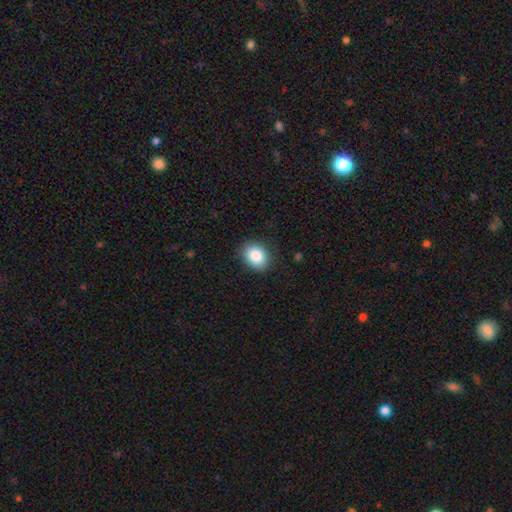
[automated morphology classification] A smooth galaxy with no disk features (86%) that is in between round and cigar-shaped (67%). Merging: none (86%).